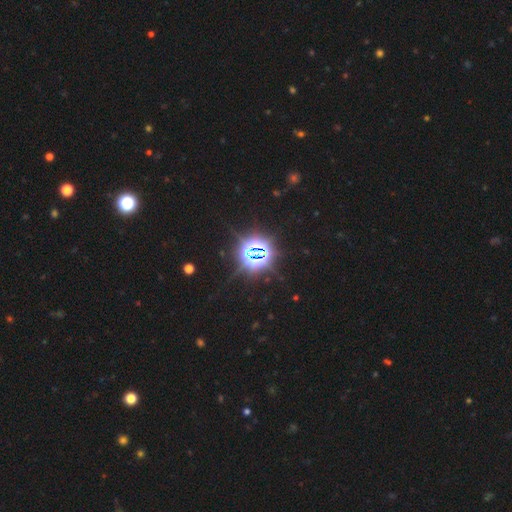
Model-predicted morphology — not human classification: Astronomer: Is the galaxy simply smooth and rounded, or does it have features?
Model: star or artifact — 83%.